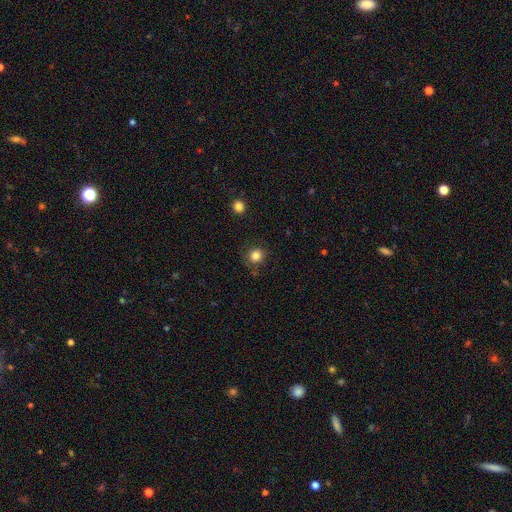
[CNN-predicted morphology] A smooth galaxy with no disk features (83%) that is round (88%). Merging: none (83%).